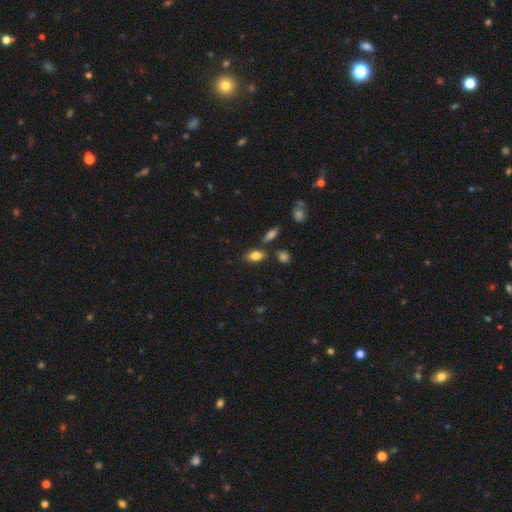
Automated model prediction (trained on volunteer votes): Morphology: type=smooth (79%); roundness=in between (86%); merging=none (74%).